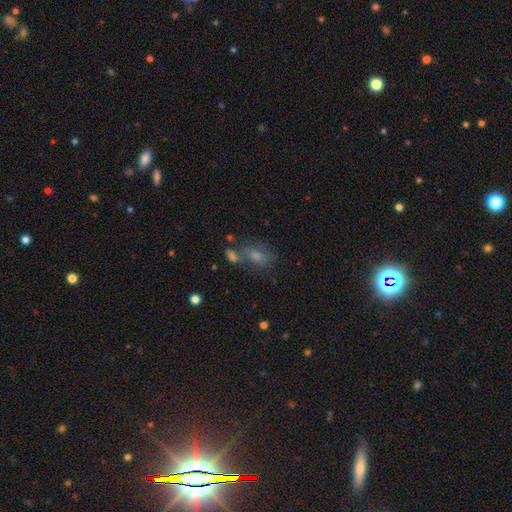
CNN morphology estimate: The model was most divided on "smooth or featured": smooth: 53%, star or artifact: 29%, featured or disk: 18%. More confident: how rounded — in between (69%); merging — none (55%).